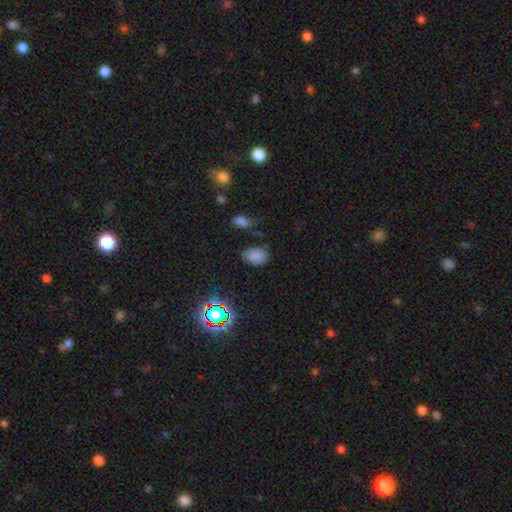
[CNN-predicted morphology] A smooth galaxy with no disk features (75%) that is in between round and cigar-shaped (83%).

Vote fractions:
- Smooth or featured? smooth: 75% / star or artifact: 20% / featured or disk: 6%
- How rounded? in between: 83% / round: 15% / cigar-shaped: 1%
- Merging? none: 66% / minor disturbance: 23% / major disturbance: 7% / merger: 4%